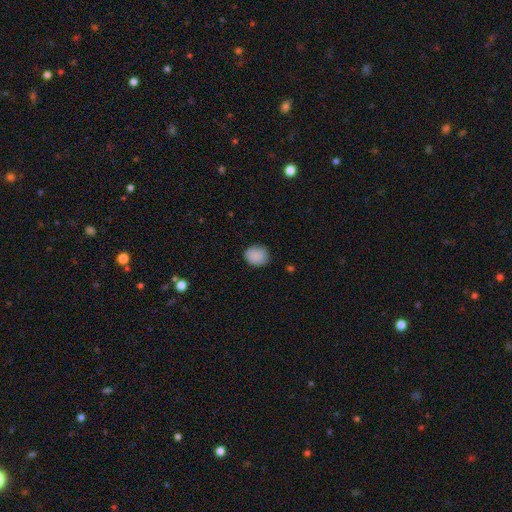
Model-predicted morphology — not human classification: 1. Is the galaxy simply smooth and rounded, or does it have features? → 88% smooth, 8% star or artifact, 5% featured or disk.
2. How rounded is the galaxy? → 66% round, 33% in between, 1% cigar-shaped.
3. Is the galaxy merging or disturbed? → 82% none, 14% minor disturbance, 3% major disturbance, 1% merger.